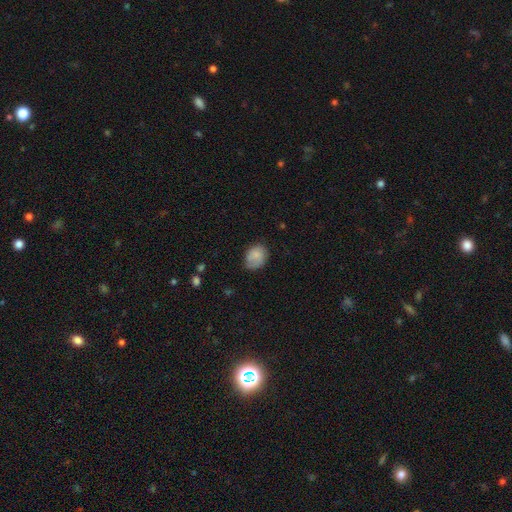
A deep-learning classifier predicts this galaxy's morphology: The model was most divided on "how rounded": in between: 59%, round: 40%, cigar-shaped: 1%. More confident: smooth or featured — smooth (78%); merging — none (57%).